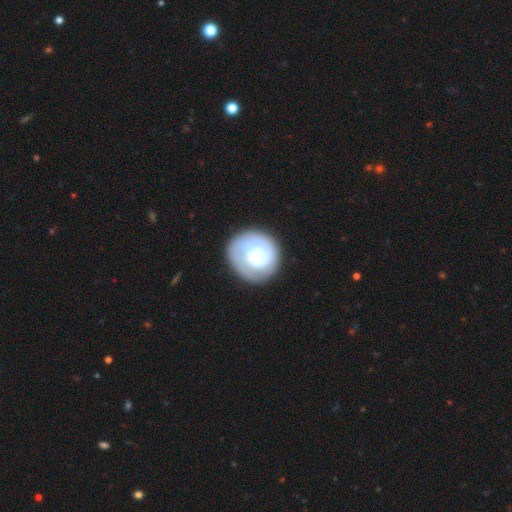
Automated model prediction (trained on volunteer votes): Overall: smooth (53%; featured or disk 41%). How rounded: round (88%). Merging: none (74%).